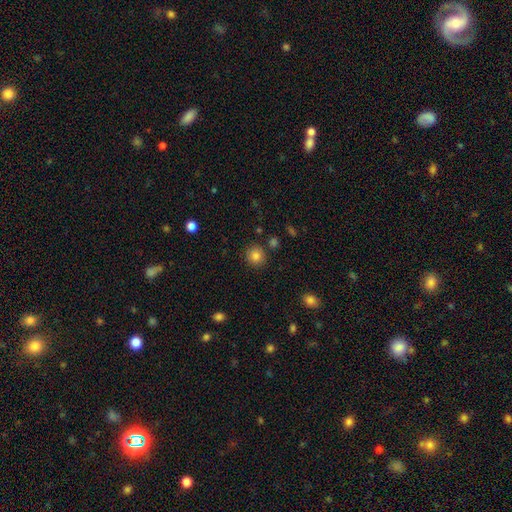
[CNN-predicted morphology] Smooth or featured?
  - smooth: 83% *
  - star or artifact: 11%
  - featured or disk: 6%
How rounded?
  - round: 90% *
  - in between: 9%
  - cigar-shaped: 1%
Merging?
  - none: 87% *
  - minor disturbance: 8%
  - merger: 3%
  - major disturbance: 2%